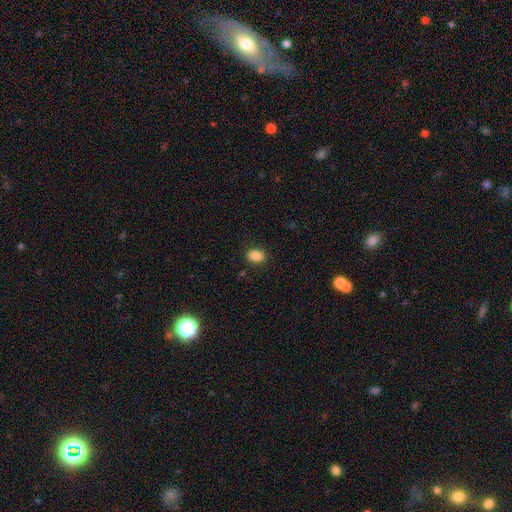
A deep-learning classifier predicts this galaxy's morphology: A smooth galaxy with no disk features (87%) that is in between round and cigar-shaped (79%). Merging: none (86%).